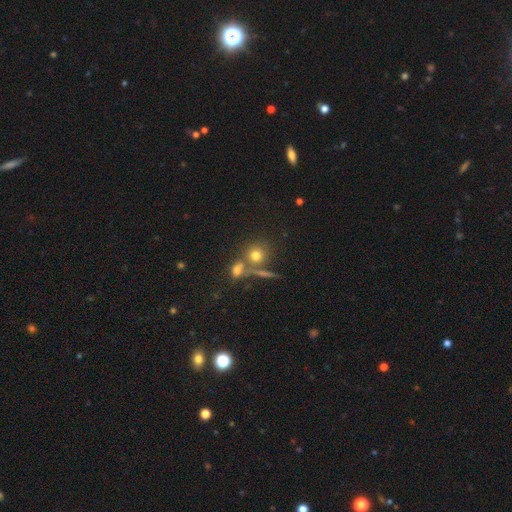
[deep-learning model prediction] Smooth or featured? smooth (69%)
How rounded? round (82%)
Merging? none (56%)